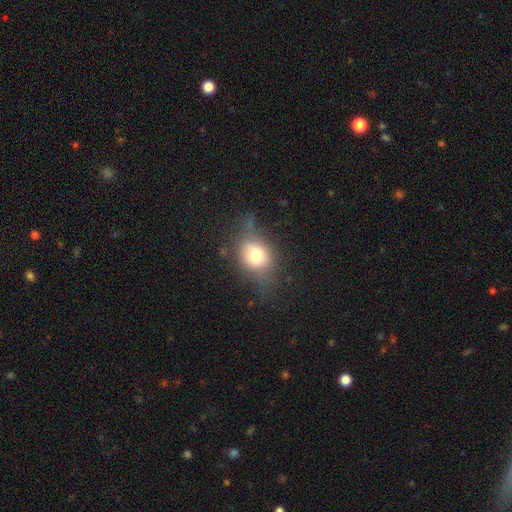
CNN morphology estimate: Smooth or featured? smooth (69%)
How rounded? round (56%)
Merging? none (60%)